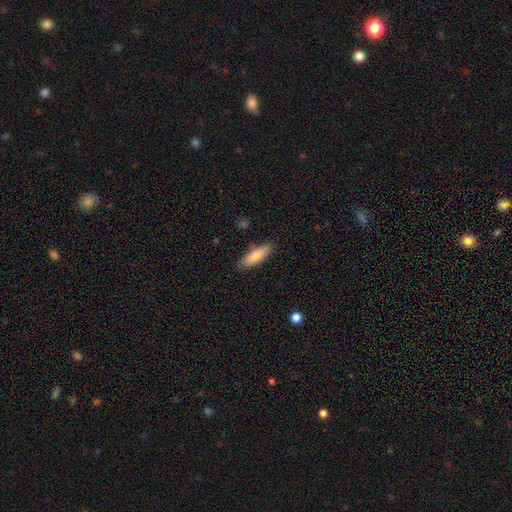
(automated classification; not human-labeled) This appears to be a smooth galaxy with no disk features (77%) that is cigar-shaped (49%, tied with in between). Merging: none (84%).